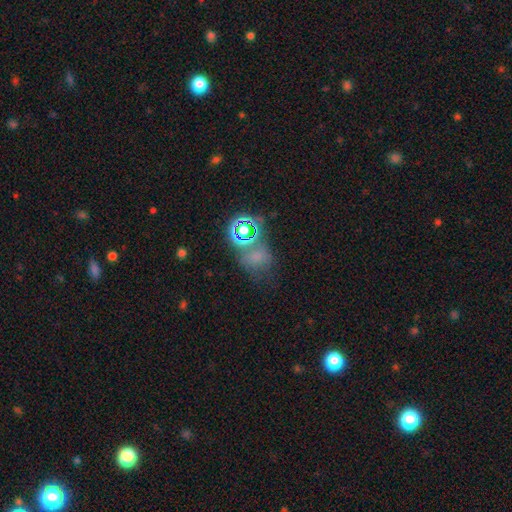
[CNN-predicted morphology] This is possibly a smooth galaxy (53%). How rounded: likely round (61%). Merging: possibly none (47%).